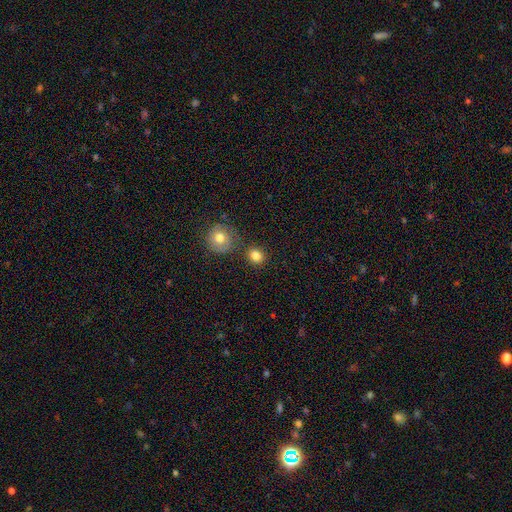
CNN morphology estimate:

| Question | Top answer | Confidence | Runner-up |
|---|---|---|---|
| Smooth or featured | smooth | 83% | star or artifact (10%) |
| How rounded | round | 78% | in between (21%) |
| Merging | none | 79% | minor disturbance (10%) |